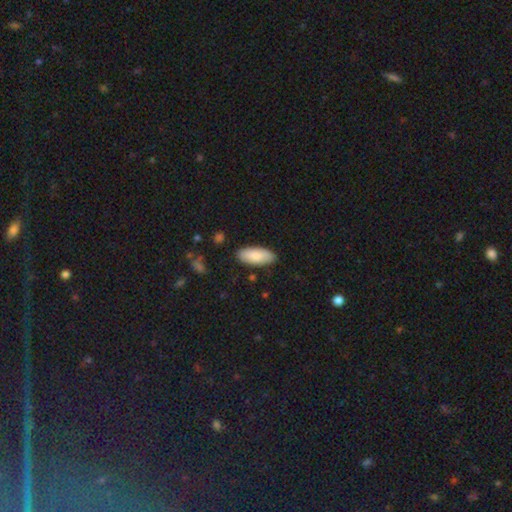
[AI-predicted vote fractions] Smooth or featured? Predicted: smooth (p=0.85). How rounded? Predicted: in between (p=0.85). Merging? Predicted: none (p=0.85).